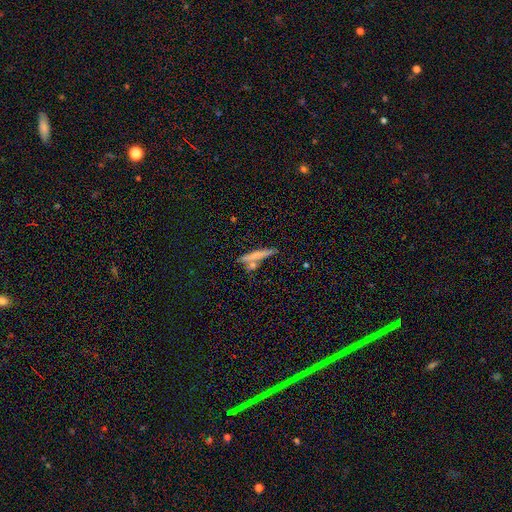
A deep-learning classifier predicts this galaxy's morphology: Smooth or featured? smooth (56%)
How rounded? cigar-shaped (90%)
Merging? none (65%)